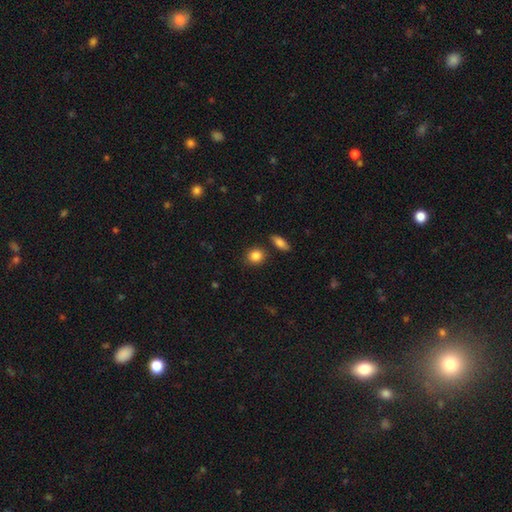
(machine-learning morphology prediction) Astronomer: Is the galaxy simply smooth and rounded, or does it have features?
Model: smooth — 86%.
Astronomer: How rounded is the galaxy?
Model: round — 75%.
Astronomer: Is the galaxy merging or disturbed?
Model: none — 83%.